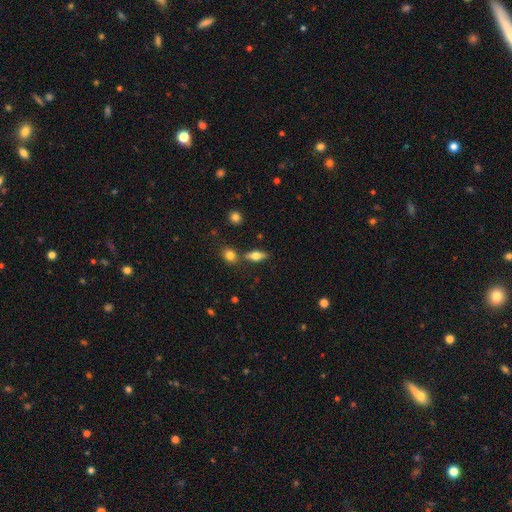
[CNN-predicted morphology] The model was most divided on "smooth or featured": smooth: 56%, featured or disk: 35%, star or artifact: 9%. More confident: merging — none (73%); how rounded — in between (70%).